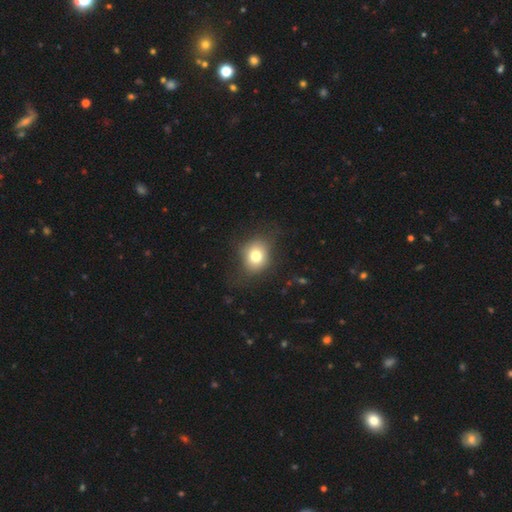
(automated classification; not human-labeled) This appears to be a smooth galaxy with no disk features (74%) that is round (61%). Merging: none (74%).